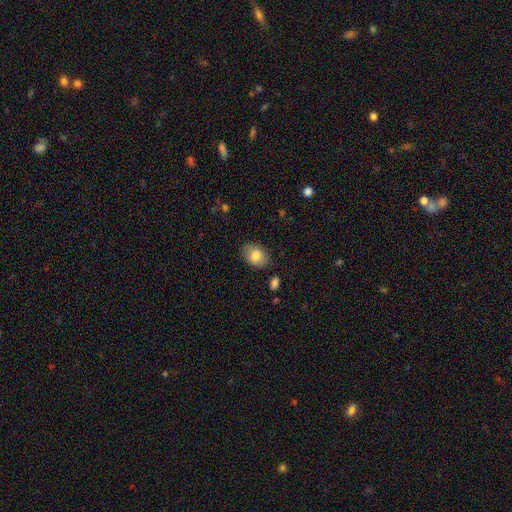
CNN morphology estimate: smooth_or_featured: smooth (p=0.81) [alt: featured or disk p=0.12]
how_rounded: in between (p=0.76) [alt: round p=0.23]
merging: none (p=0.81) [alt: minor disturbance p=0.14]